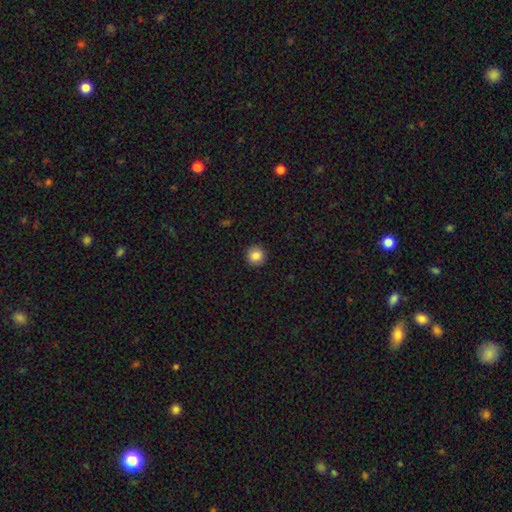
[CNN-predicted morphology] Smooth or featured? smooth (86%)
How rounded? round (95%)
Merging? none (93%)